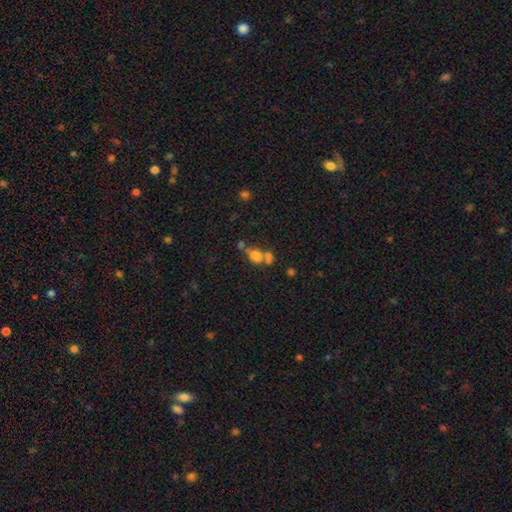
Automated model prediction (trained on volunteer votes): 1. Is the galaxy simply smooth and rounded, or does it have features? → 65% smooth, 18% featured or disk, 17% star or artifact.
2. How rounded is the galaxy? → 63% in between, 34% round, 3% cigar-shaped.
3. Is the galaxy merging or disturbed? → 49% merger, 32% none, 11% minor disturbance, 8% major disturbance.